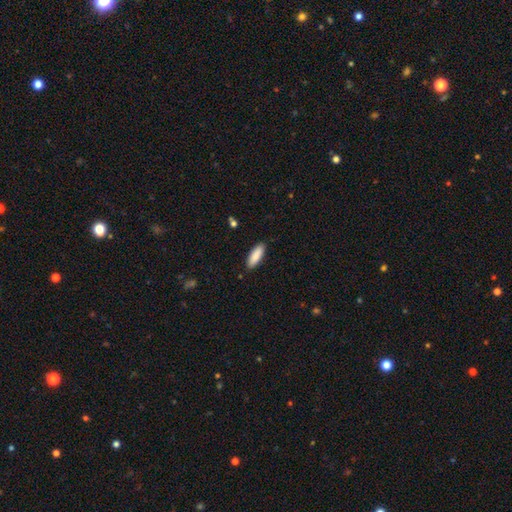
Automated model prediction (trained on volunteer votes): smooth 89%, star or artifact 6%, featured or disk 6%. Down the decision tree: how rounded — in between (61%); merging — none (88%).